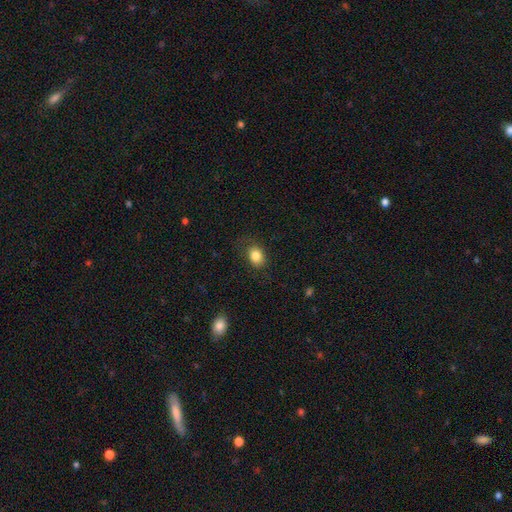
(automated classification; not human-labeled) This is clearly a smooth galaxy (83%). How rounded: possibly in between (59%). Merging: likely none (79%).